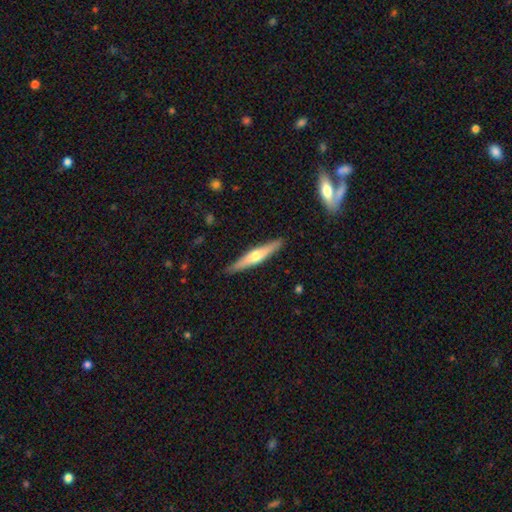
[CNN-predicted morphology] This is possibly a featured or disk galaxy (57%). It is clearly viewed edge-on (95%). Edge-on bulge: clearly rounded (89%). Merging: clearly none (89%).